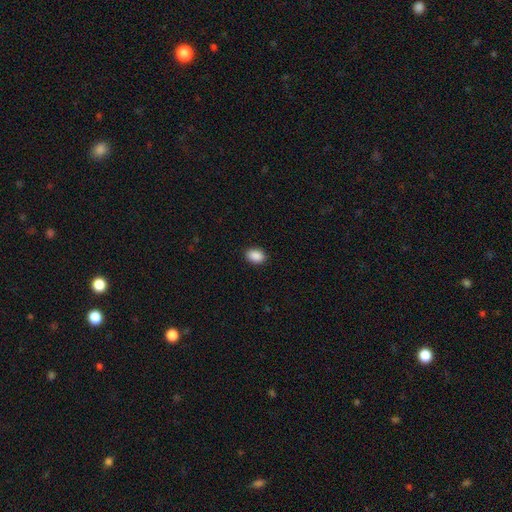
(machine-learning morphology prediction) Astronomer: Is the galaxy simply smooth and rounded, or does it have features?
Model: smooth — 90%.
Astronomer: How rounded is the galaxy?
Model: in between — 80%.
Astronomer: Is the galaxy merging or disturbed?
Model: none — 90%.